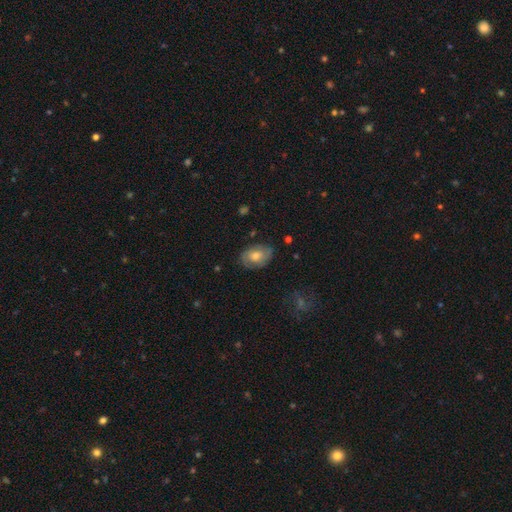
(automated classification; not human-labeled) Q: Smooth or featured?
A: featured or disk (48%); runner-up: smooth (42%)
Q: Merging?
A: none (75%); runner-up: minor disturbance (19%)